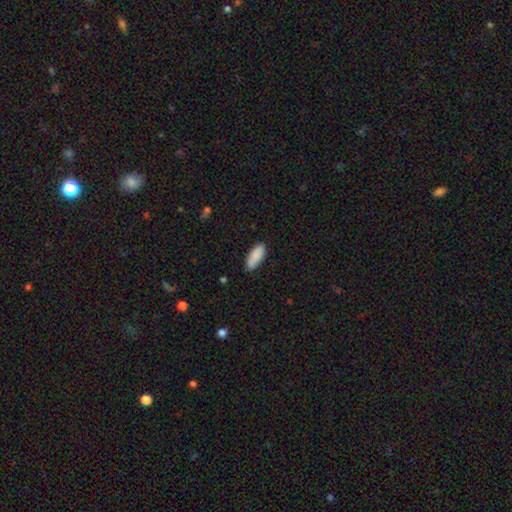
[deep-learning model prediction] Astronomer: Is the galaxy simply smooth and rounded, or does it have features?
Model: smooth — 90%.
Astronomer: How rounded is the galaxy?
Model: in between — 78%.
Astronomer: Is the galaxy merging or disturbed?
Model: none — 84%.